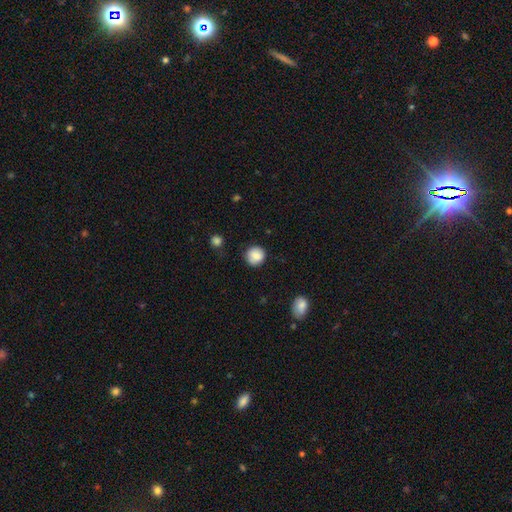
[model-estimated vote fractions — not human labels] Smooth or featured: smooth — 84% (star or artifact — 8%)
How rounded: round — 91% (in between — 8%)
Merging: none — 82% (minor disturbance — 13%)